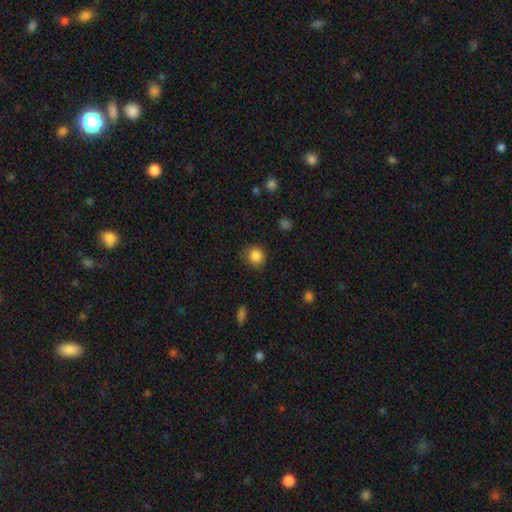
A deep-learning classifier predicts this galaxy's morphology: smooth 86%, star or artifact 10%, featured or disk 4%. Down the decision tree: how rounded — round (86%); merging — none (80%).